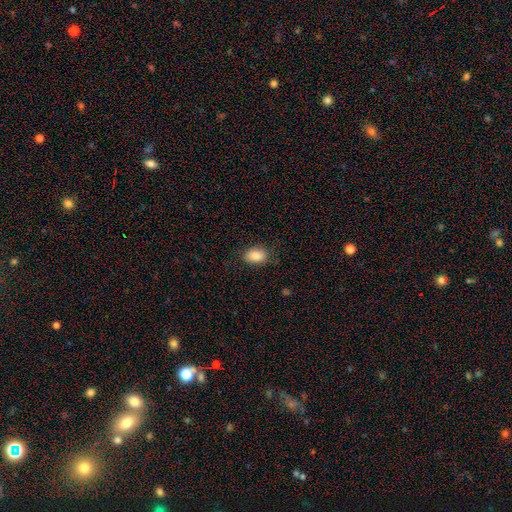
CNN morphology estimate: Smooth or featured? smooth (85%)
How rounded? in between (83%)
Merging? none (81%)